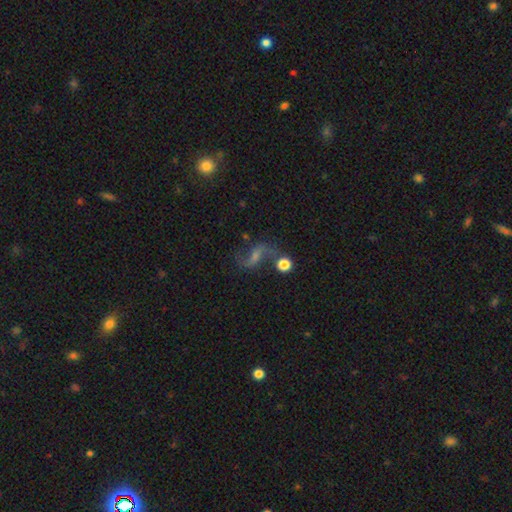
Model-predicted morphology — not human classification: Smooth or featured?
  - featured or disk: 77% *
  - star or artifact: 12%
  - smooth: 11%
Edge-on disk?
  - no: 96% *
  - yes: 4%
Bar?
  - weak: 46% *
  - no: 31%
  - strong: 23%
Spiral arms?
  - yes: 94% *
  - no: 6%
Spiral winding?
  - loose: 81% *
  - medium: 15%
  - tight: 4%
Spiral arm count?
  - 2: 92% *
  - 1: 3%
  - can't tell: 2%
  - 3: 1%
  - 4: 1%
  - more than 4: 1%
Bulge size?
  - small: 44% *
  - moderate: 32%
  - none: 18%
  - large: 5%
  - dominant: 2%
Merging?
  - none: 67% *
  - minor disturbance: 14%
  - major disturbance: 10%
  - merger: 9%